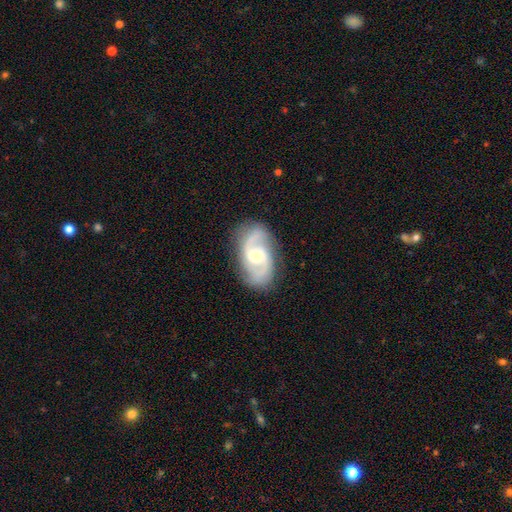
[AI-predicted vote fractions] Morphology: type=featured or disk (88%); edge-on=no (97%); bar=no (49%); spiral arms=yes (97%); winding=medium (55%); arm count=2 (89%); bulge=moderate (51%); merging=none (83%).